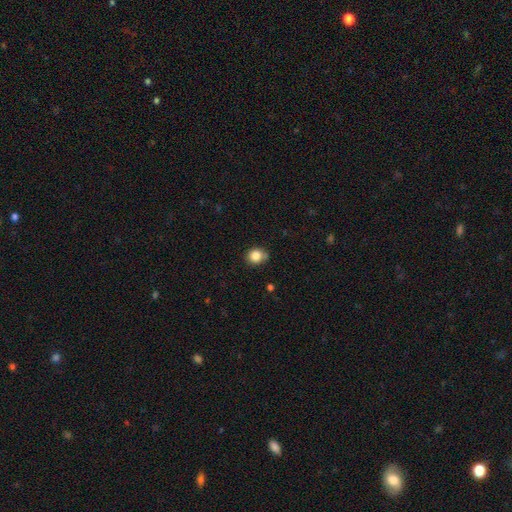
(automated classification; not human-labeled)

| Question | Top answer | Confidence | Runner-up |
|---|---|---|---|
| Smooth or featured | smooth | 84% | star or artifact (11%) |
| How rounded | round | 83% | in between (16%) |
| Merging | none | 72% | minor disturbance (18%) |